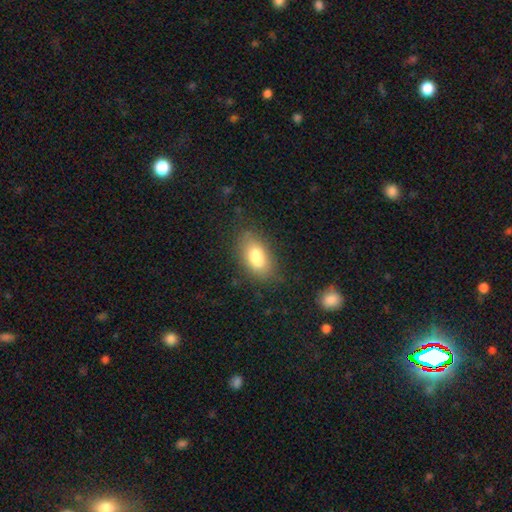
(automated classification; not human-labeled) Smooth or featured? Predicted: smooth (p=0.75). How rounded? Predicted: in between (p=0.89). Merging? Predicted: none (p=0.68).